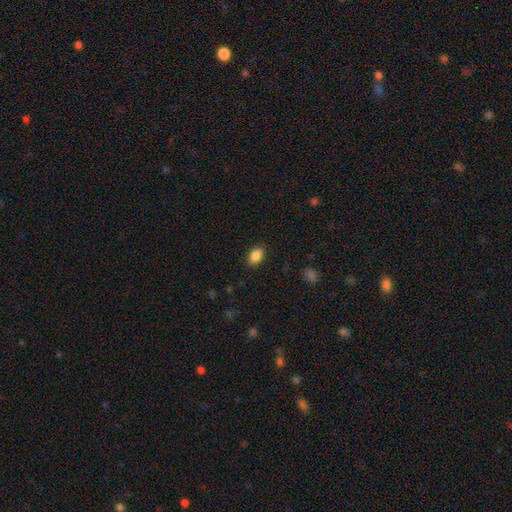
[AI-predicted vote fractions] A smooth galaxy with no disk features (87%) that is in between round and cigar-shaped (85%).

Vote fractions:
- Smooth or featured? smooth: 87% / star or artifact: 8% / featured or disk: 4%
- How rounded? in between: 85% / round: 14% / cigar-shaped: 1%
- Merging? none: 87% / minor disturbance: 9% / major disturbance: 2% / merger: 1%